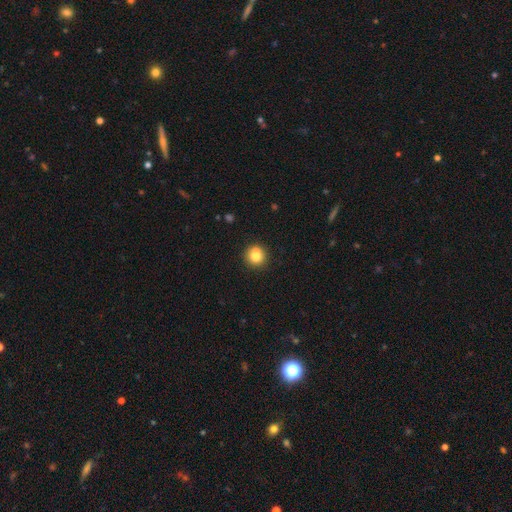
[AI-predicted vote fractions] Smooth or featured: smooth — 80% (star or artifact — 11%)
How rounded: round — 92% (in between — 7%)
Merging: none — 78% (minor disturbance — 11%)